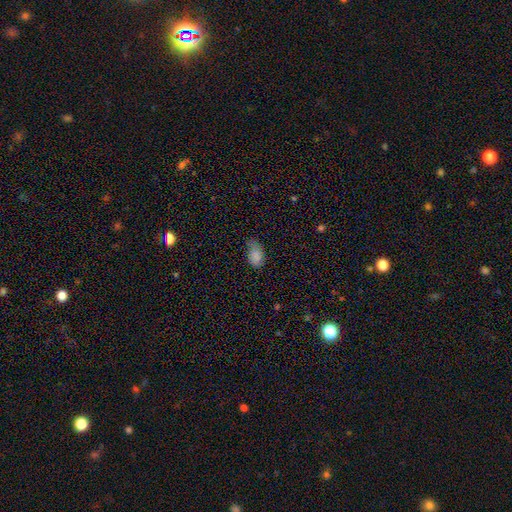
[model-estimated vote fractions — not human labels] Smooth or featured? Predicted: smooth (p=0.80). How rounded? Predicted: in between (p=0.89). Merging? Predicted: none (p=0.45).